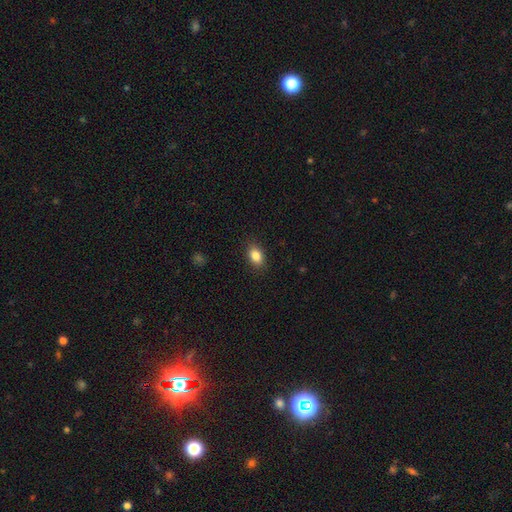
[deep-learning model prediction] smooth 86%, star or artifact 9%, featured or disk 5%. Down the decision tree: how rounded — in between (83%); merging — none (87%).